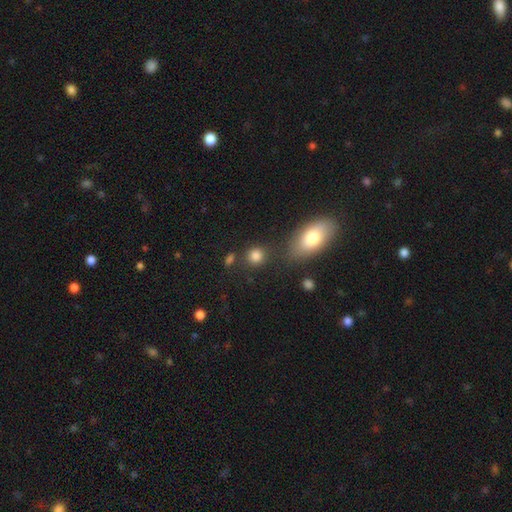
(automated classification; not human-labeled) This is clearly a smooth galaxy (83%). How rounded: likely round (79%). Merging: likely none (75%).